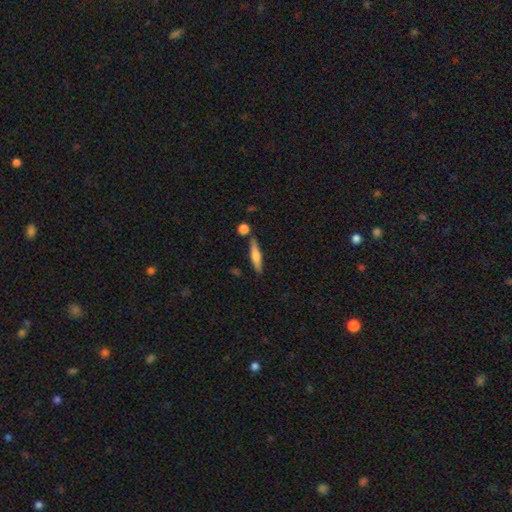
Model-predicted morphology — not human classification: smooth_or_featured: smooth (p=0.54) [alt: featured or disk p=0.40]
how_rounded: cigar-shaped (p=0.83) [alt: in between p=0.15]
merging: none (p=0.80) [alt: minor disturbance p=0.11]